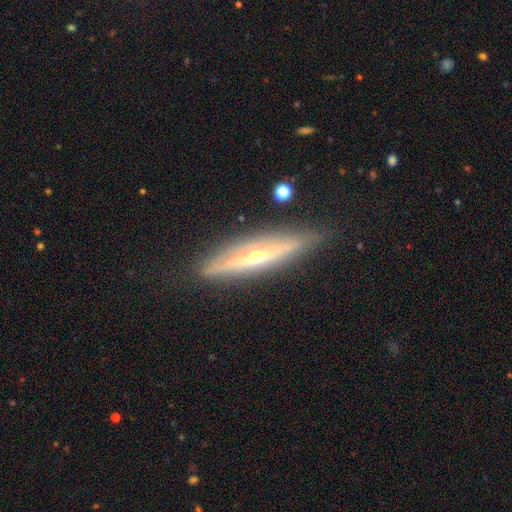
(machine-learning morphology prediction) type=featured or disk (74%); edge-on=yes (91%); edge-on bulge=rounded (82%); merging=none (84%).